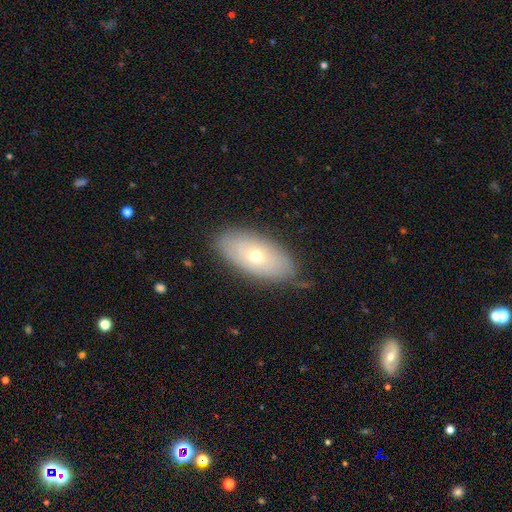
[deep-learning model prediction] A smooth galaxy with no disk features (59%) that is in between round and cigar-shaped (90%).

Vote fractions:
- Smooth or featured? smooth: 59% / featured or disk: 33% / star or artifact: 9%
- How rounded? in between: 90% / cigar-shaped: 5% / round: 4%
- Merging? none: 79% / minor disturbance: 16% / major disturbance: 4% / merger: 1%